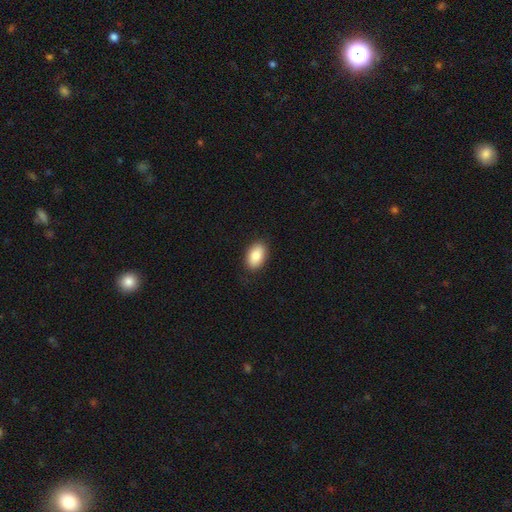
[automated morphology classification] This is clearly a smooth galaxy (87%). How rounded: clearly in between (92%). Merging: clearly none (88%).